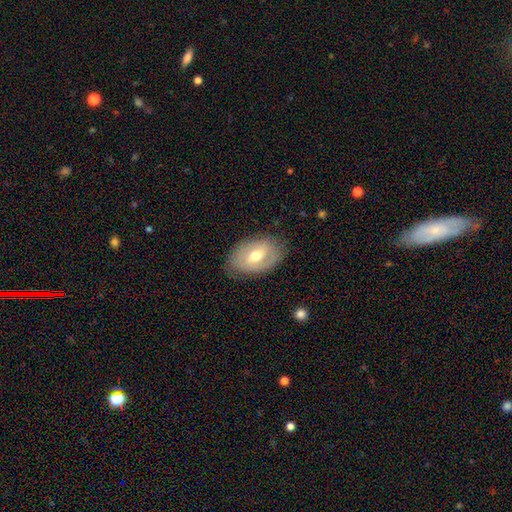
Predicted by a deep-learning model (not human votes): featured or disk 54%, smooth 40%, star or artifact 6%. Down the decision tree: edge-on disk — no (91%); merging — none (78%).